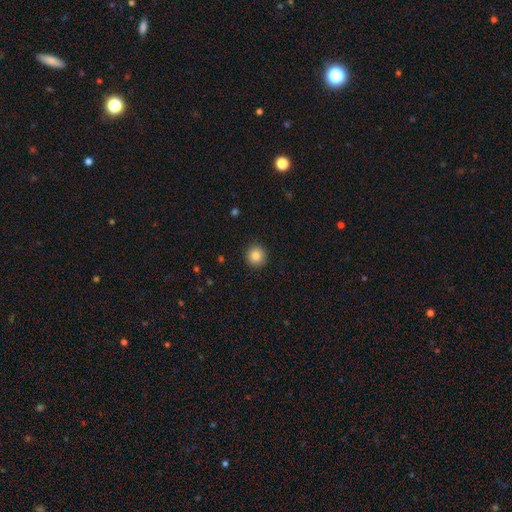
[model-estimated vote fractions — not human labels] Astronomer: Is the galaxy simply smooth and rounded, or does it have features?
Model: smooth — 86%.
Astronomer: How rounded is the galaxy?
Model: round — 93%.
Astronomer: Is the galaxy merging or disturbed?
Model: none — 92%.